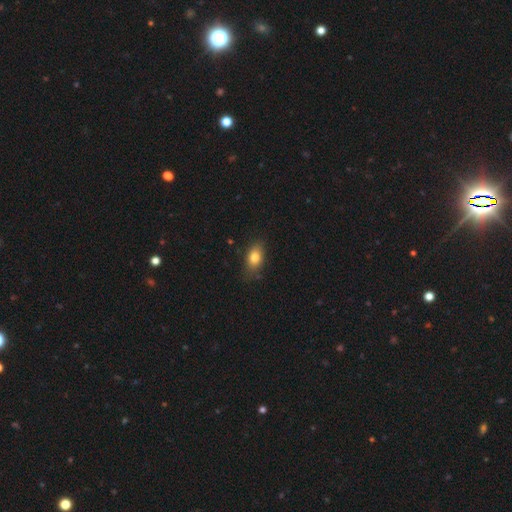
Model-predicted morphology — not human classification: Smooth or featured? Predicted: smooth (p=0.80). How rounded? Predicted: in between (p=0.83). Merging? Predicted: none (p=0.78).